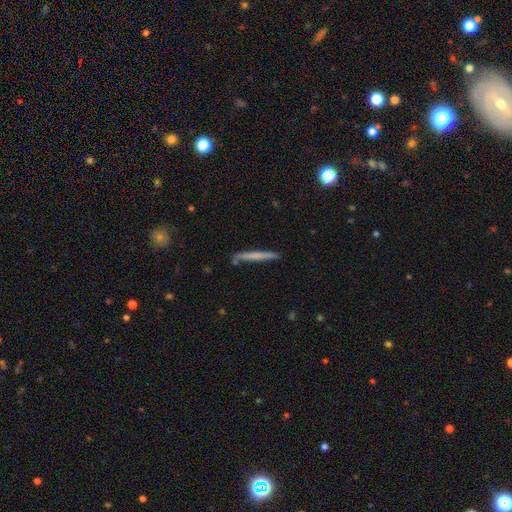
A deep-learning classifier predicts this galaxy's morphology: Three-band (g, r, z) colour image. It shows a smooth galaxy with no disk features (55%) that is cigar-shaped (97%). Merging: none (87%).